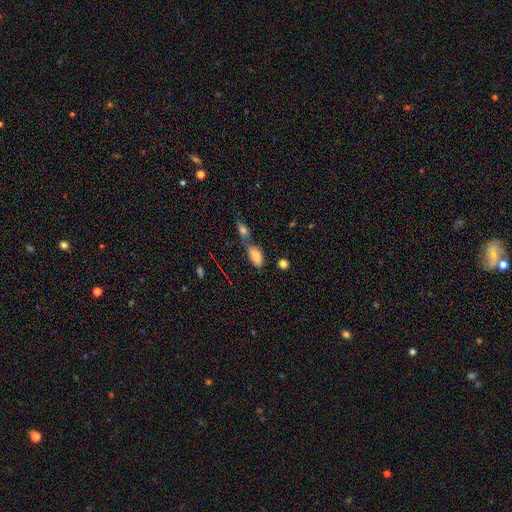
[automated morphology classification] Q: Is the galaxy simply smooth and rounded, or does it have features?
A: smooth — 83%.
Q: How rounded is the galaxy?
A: in between — 89%.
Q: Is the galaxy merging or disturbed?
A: merger — 42%.